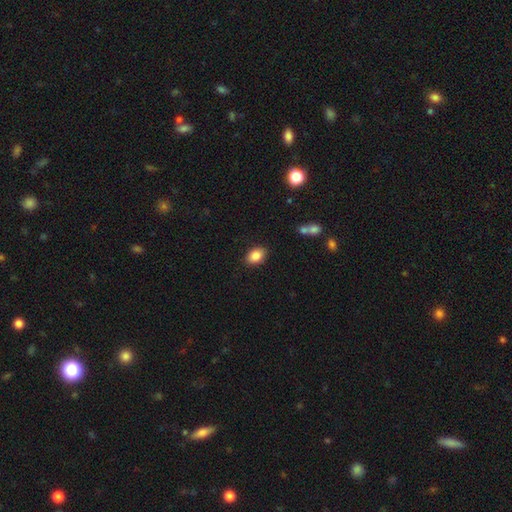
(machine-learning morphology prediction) The model was most divided on "how rounded": in between: 80%, round: 19%, cigar-shaped: 1%. More confident: merging — none (87%); smooth or featured — smooth (86%).